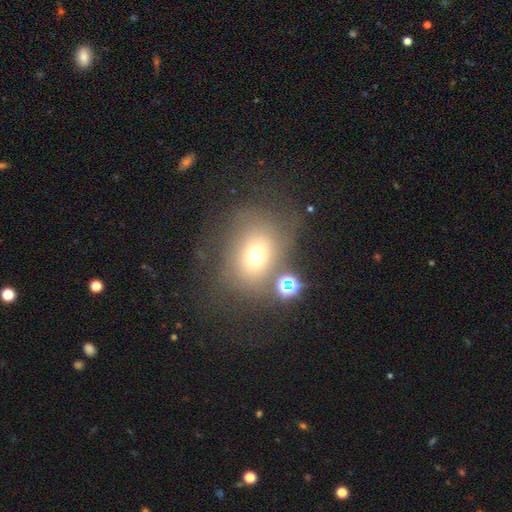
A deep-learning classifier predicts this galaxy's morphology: The model was most divided on "how rounded": round: 54%, in between: 44%, cigar-shaped: 1%. More confident: smooth or featured — smooth (65%); merging — none (56%).